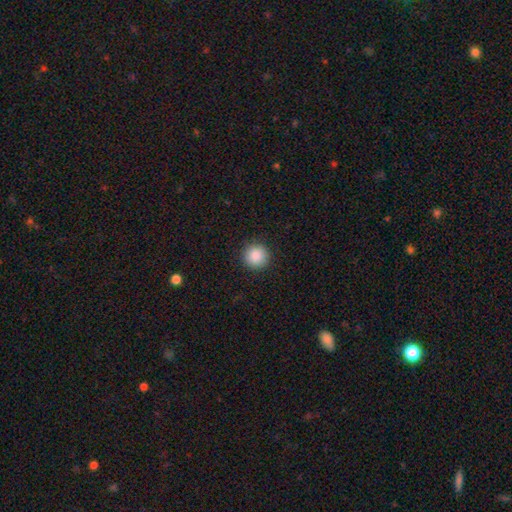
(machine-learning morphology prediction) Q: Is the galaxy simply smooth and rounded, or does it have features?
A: smooth — 88%.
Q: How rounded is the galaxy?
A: round — 95%.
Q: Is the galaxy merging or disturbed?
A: none — 92%.